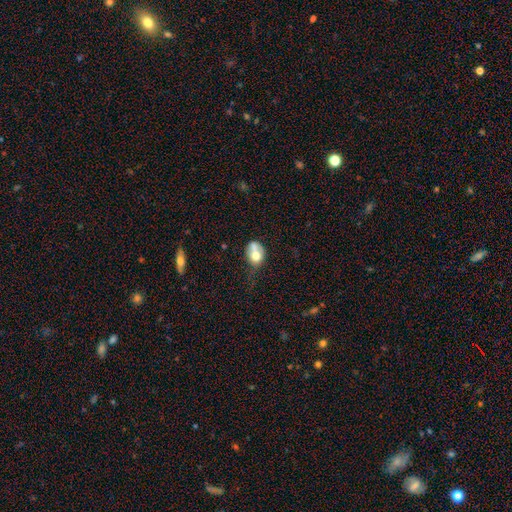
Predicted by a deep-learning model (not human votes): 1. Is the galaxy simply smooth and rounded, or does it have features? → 64% smooth, 26% featured or disk, 9% star or artifact.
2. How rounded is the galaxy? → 57% in between, 42% round, 2% cigar-shaped.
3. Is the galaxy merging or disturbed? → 32% merger, 24% none, 23% minor disturbance, 20% major disturbance.